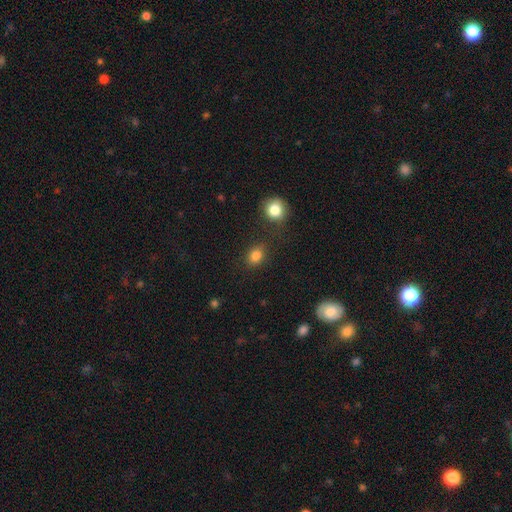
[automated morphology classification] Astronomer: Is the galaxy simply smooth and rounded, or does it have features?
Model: smooth — 83%.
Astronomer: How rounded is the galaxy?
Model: round — 52% (runner-up: in between, 46%).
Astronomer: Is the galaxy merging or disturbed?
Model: none — 76%.